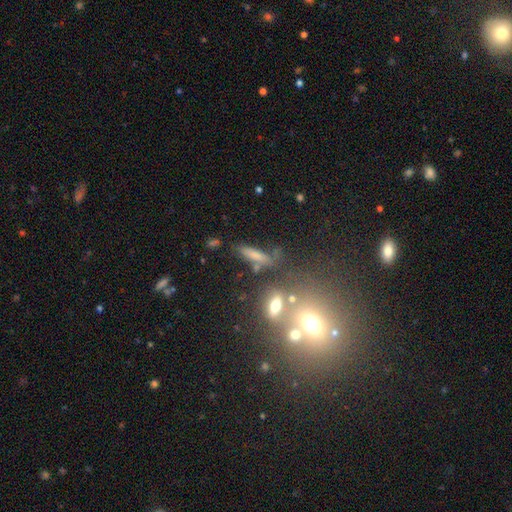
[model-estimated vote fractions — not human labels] This is likely a smooth galaxy (67%). How rounded: likely cigar-shaped (74%). Merging: likely none (62%).